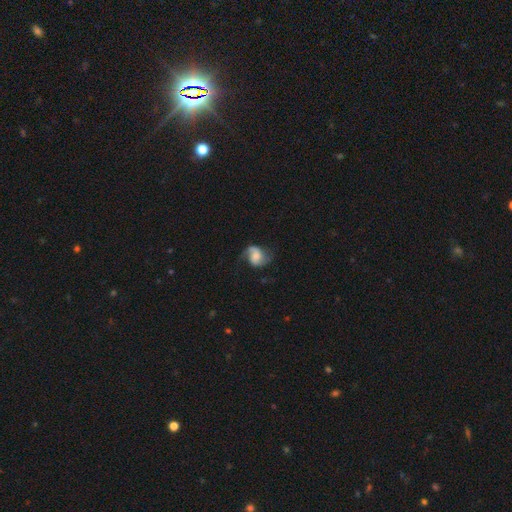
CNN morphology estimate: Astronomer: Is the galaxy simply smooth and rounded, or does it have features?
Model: featured or disk — 72%.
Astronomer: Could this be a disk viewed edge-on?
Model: no — 97%.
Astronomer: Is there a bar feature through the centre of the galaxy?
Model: no — 55% (runner-up: weak, 35%).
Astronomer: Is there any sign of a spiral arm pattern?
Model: yes — 94%.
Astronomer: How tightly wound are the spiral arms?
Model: loose — 48% (runner-up: medium, 39%).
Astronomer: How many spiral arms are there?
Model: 2 — 84%.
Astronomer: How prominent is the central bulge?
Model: moderate — 36% (runner-up: small, 30%).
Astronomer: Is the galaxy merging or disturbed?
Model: none — 64%.